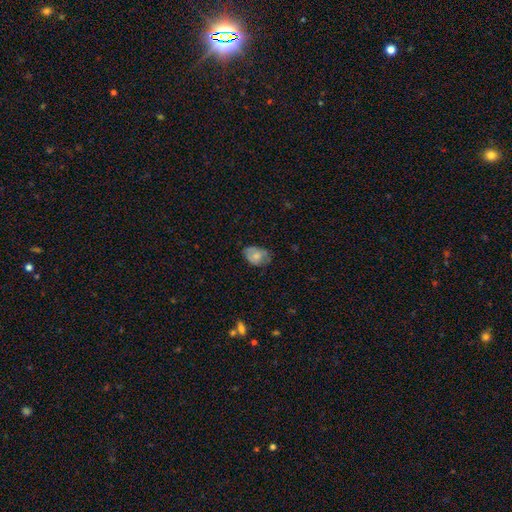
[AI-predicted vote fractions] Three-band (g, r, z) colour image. It shows a smooth galaxy with no disk features (68%) that is in between round and cigar-shaped (77%). Merging: none (54%).